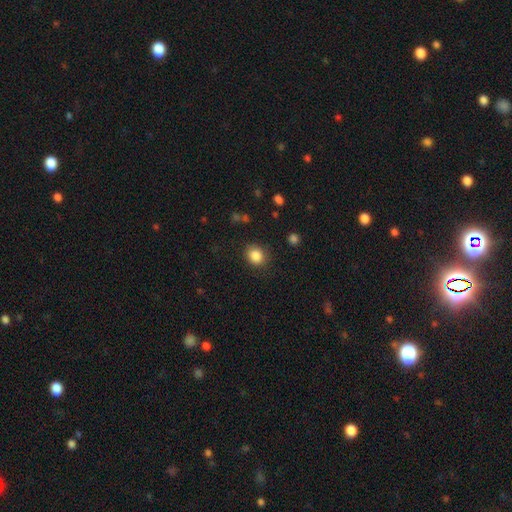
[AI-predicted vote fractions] Morphology: type=smooth (85%); roundness=round (66%); merging=none (84%).